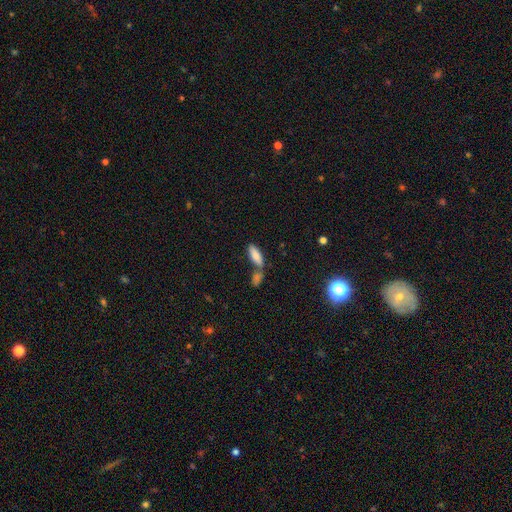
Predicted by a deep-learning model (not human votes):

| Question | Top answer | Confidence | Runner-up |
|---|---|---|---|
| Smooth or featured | smooth | 82% | featured or disk (10%) |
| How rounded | in between | 70% | cigar-shaped (28%) |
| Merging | none | 46% | merger (40%) |